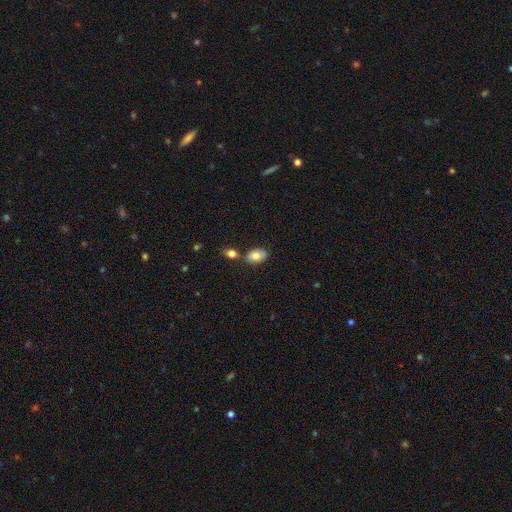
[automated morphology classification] A smooth galaxy with no disk features (80%) that is in between round and cigar-shaped (89%).

Vote fractions:
- Smooth or featured? smooth: 80% / featured or disk: 13% / star or artifact: 7%
- How rounded? in between: 89% / round: 9% / cigar-shaped: 1%
- Merging? none: 68% / merger: 16% / minor disturbance: 13% / major disturbance: 3%